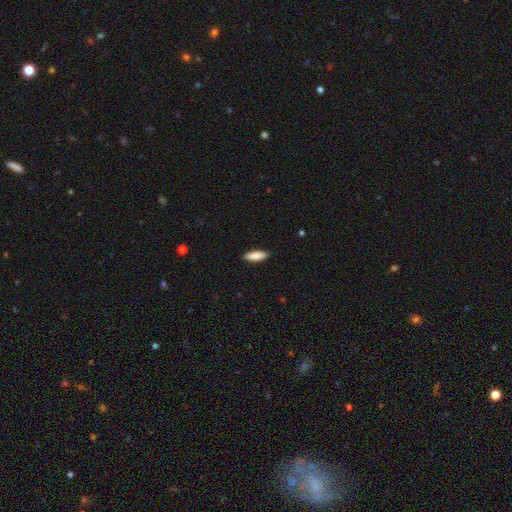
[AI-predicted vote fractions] This is clearly a smooth galaxy (87%). How rounded: likely in between (63%). Merging: clearly none (89%).